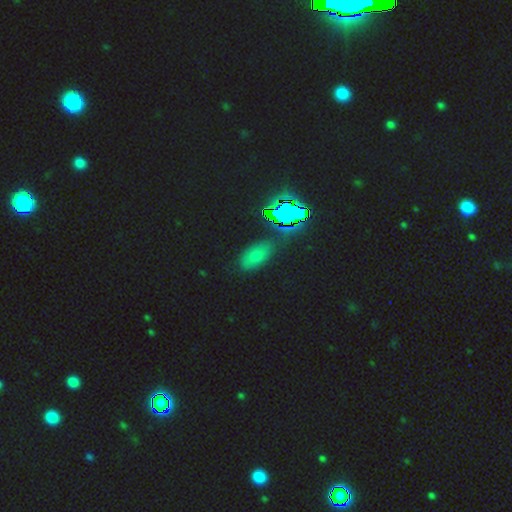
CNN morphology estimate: The model was most divided on "smooth or featured" (2-way tie): star or artifact: 44%, smooth: 44%, featured or disk: 12%.